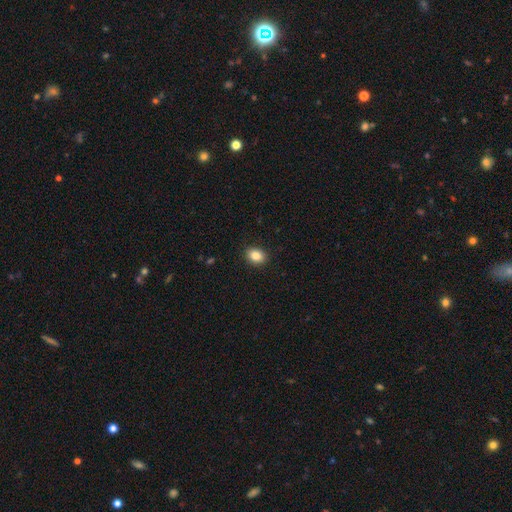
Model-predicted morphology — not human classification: smooth-or-featured: smooth: 86% | star or artifact: 9% | featured or disk: 5%
  how-rounded: in between: 65% | round: 34% | cigar-shaped: 1%
  merging: none: 90% | minor disturbance: 7% | major disturbance: 2% | merger: 1%